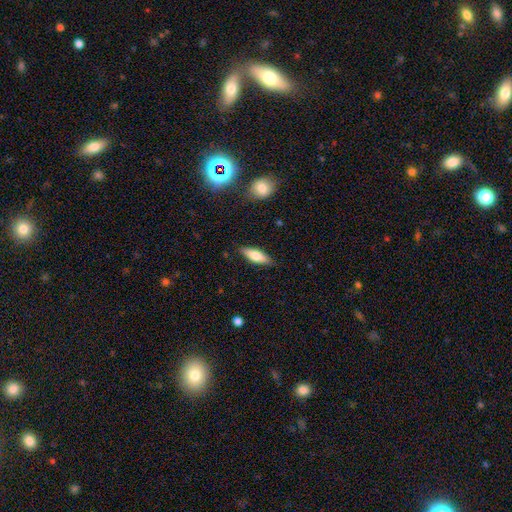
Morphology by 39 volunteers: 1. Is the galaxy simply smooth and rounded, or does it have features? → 62% smooth, 31% featured or disk, 8% star or artifact.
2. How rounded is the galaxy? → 67% cigar-shaped, 33% in between, 0% round.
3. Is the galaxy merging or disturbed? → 89% none, 8% minor disturbance, 3% merger, 0% major disturbance.